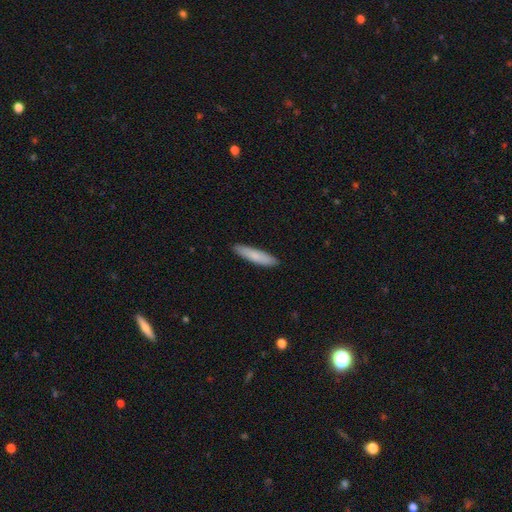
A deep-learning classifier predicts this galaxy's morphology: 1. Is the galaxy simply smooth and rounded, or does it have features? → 80% smooth, 14% featured or disk, 5% star or artifact.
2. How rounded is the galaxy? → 84% cigar-shaped, 14% in between, 1% round.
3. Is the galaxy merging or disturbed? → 90% none, 7% minor disturbance, 1% major disturbance, 1% merger.